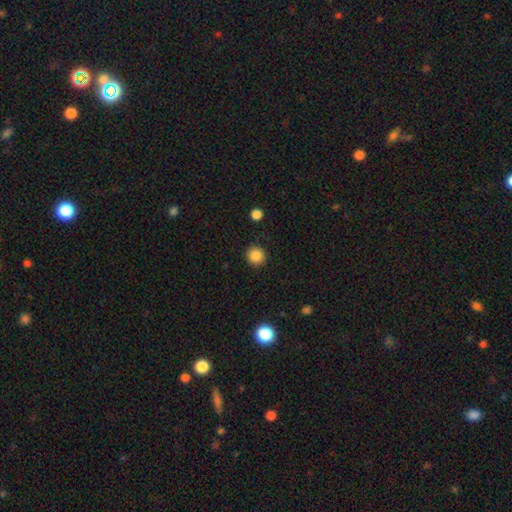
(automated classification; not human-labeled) Smooth or featured? Predicted: smooth (p=0.86). How rounded? Predicted: round (p=0.93). Merging? Predicted: none (p=0.91).